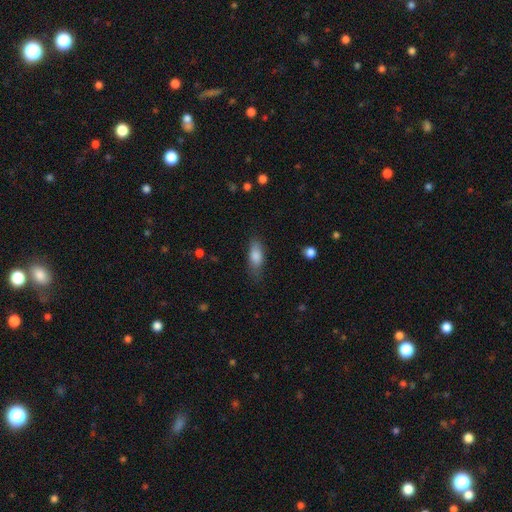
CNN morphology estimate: type=smooth (79%); roundness=in between (69%); merging=none (72%).